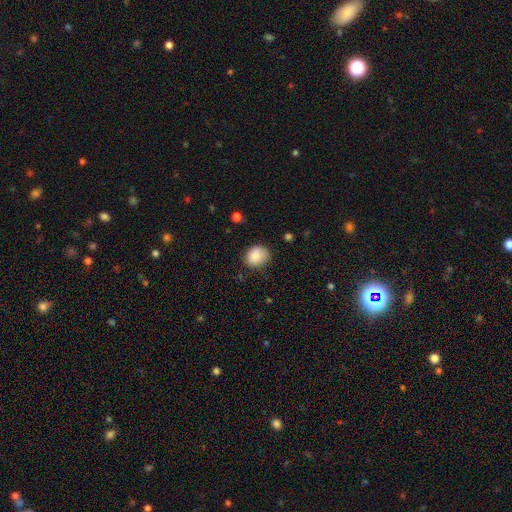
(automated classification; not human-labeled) smooth_or_featured: smooth (p=0.87) [alt: star or artifact p=0.08]
how_rounded: round (p=0.54) [alt: in between p=0.45]
merging: none (p=0.73) [alt: minor disturbance p=0.21]